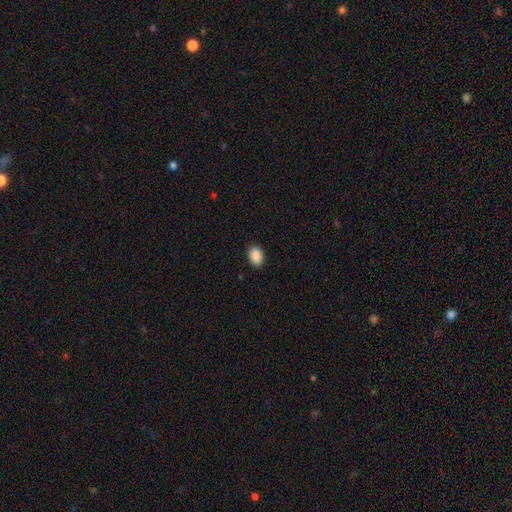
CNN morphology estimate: Smooth or featured? smooth (90%)
How rounded? in between (81%)
Merging? none (90%)